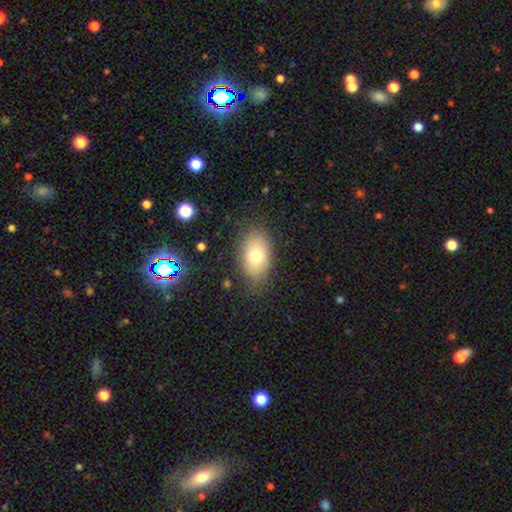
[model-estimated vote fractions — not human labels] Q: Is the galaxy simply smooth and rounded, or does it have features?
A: smooth — 74%.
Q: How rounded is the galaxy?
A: in between — 87%.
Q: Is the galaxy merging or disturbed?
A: none — 78%.